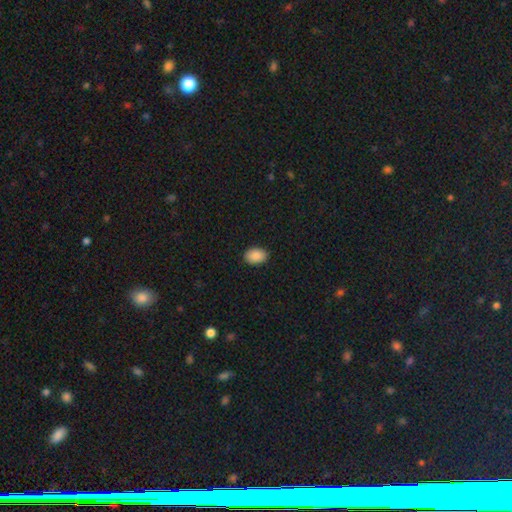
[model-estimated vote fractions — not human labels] This appears to be a smooth galaxy with no disk features (89%) that is in between round and cigar-shaped (85%). Merging: none (89%).